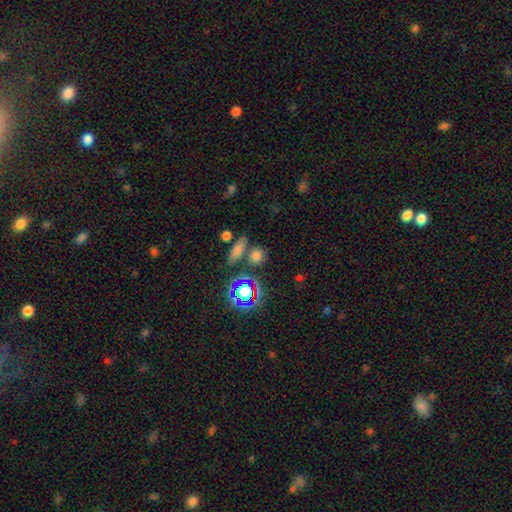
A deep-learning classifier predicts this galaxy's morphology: Overall: smooth (72%). How rounded: round (64%; in between 29%). Merging: none (71%).